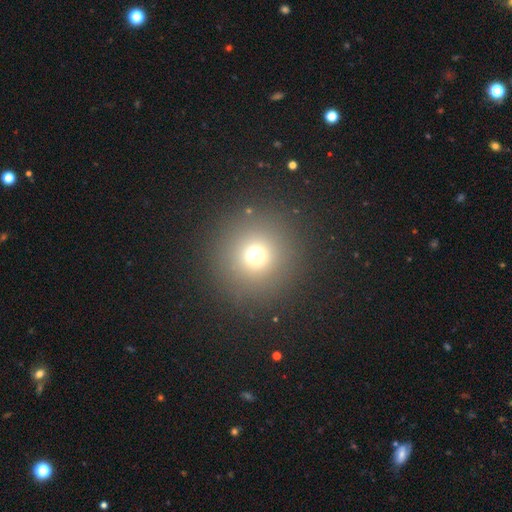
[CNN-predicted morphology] This is likely a smooth galaxy (68%). How rounded: clearly round (95%). Merging: clearly none (88%).